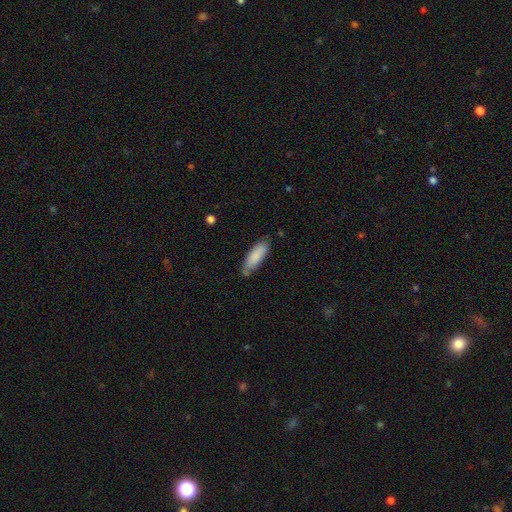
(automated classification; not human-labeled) Overall: smooth (85%). How rounded: in between (58%; cigar-shaped 41%). Merging: none (72%).